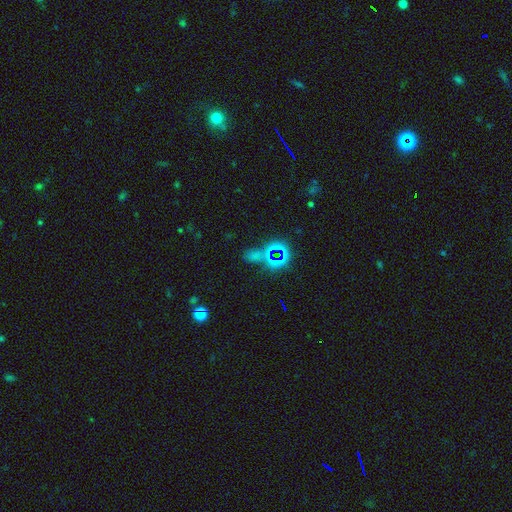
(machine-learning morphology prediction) Smooth or featured: star or artifact — 59% (smooth — 32%)